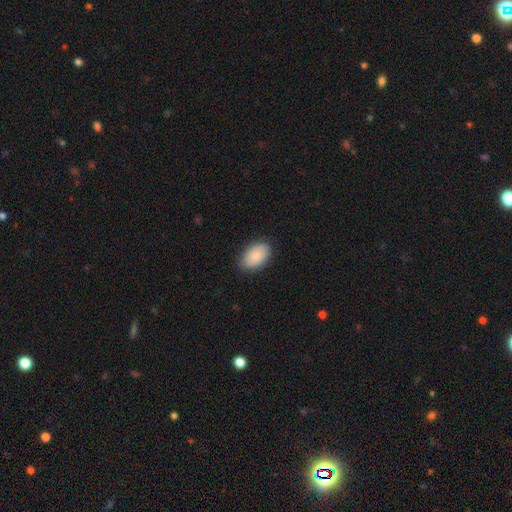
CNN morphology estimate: Smooth or featured? Predicted: smooth (p=0.88). How rounded? Predicted: in between (p=0.92). Merging? Predicted: none (p=0.85).